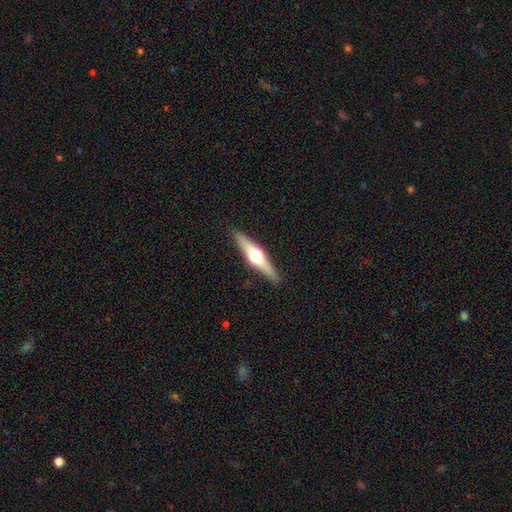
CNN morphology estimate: featured or disk 65%, smooth 30%, star or artifact 5%. Down the decision tree: edge-on disk — yes (96%); edge-on bulge — rounded (94%); merging — none (90%).